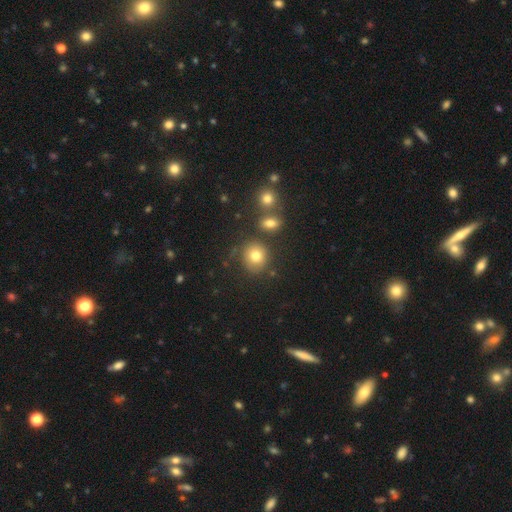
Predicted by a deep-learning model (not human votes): A smooth galaxy with no disk features (77%) that is round (81%). Merging: none (73%).